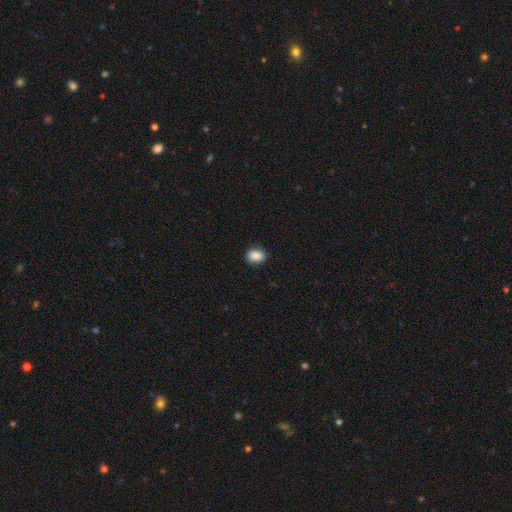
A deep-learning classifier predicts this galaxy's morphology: smooth 86%, star or artifact 8%, featured or disk 6%. Down the decision tree: how rounded — in between (53%); merging — none (88%).